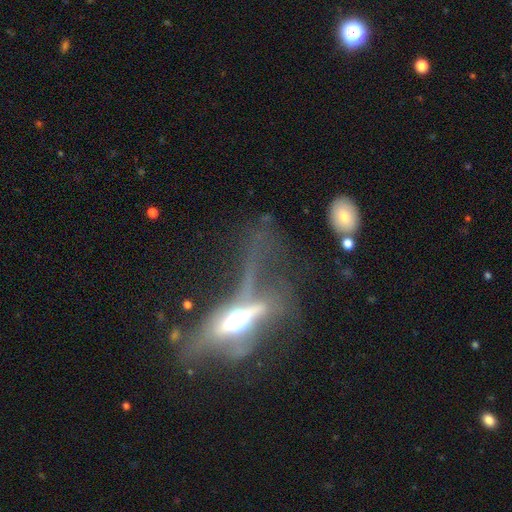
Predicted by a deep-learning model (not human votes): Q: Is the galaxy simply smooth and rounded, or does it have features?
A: featured or disk — 67%.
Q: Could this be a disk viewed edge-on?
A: yes — 65%.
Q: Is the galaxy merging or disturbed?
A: major disturbance — 41%.